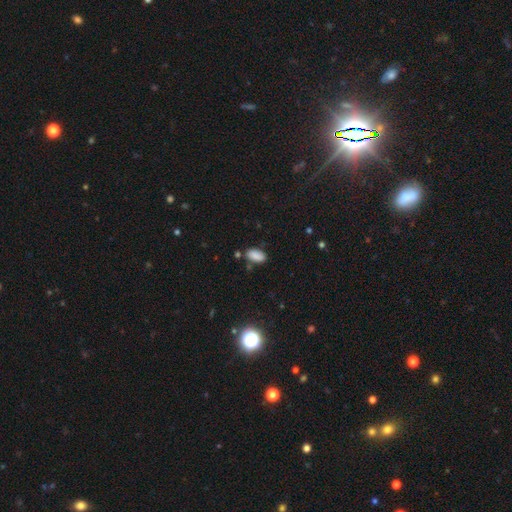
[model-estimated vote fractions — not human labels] Smooth or featured: smooth — 85% (star or artifact — 10%)
How rounded: in between — 92% (cigar-shaped — 5%)
Merging: none — 73% (minor disturbance — 17%)